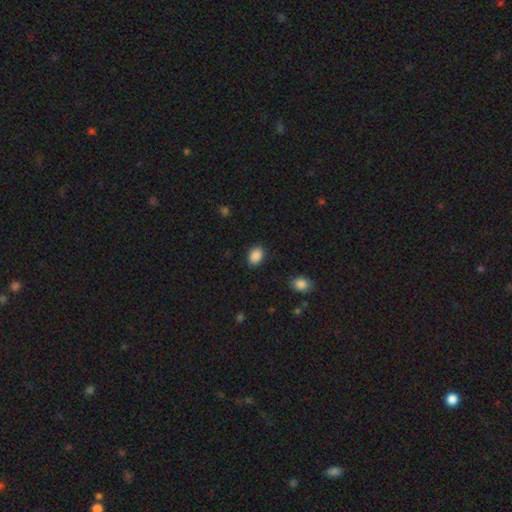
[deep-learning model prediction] Smooth or featured? Predicted: smooth (p=0.88). How rounded? Predicted: in between (p=0.67). Merging? Predicted: none (p=0.87).